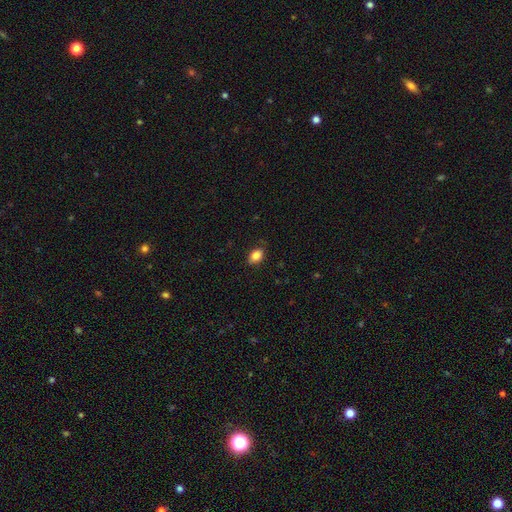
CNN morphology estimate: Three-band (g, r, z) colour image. It shows a smooth galaxy with no disk features (85%) that is in between round and cigar-shaped (81%). Merging: none (81%).